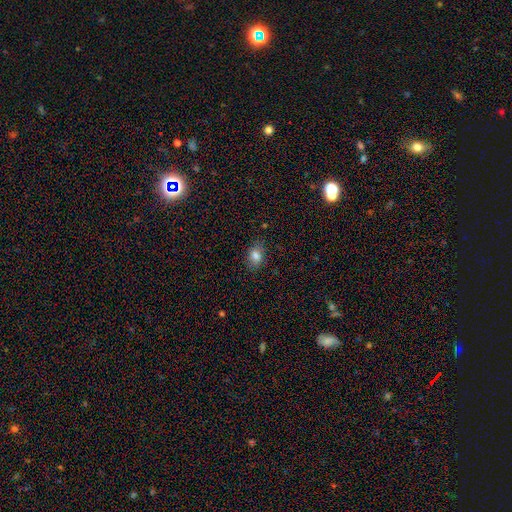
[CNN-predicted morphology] type=smooth (81%); roundness=in between (77%); merging=none (81%).